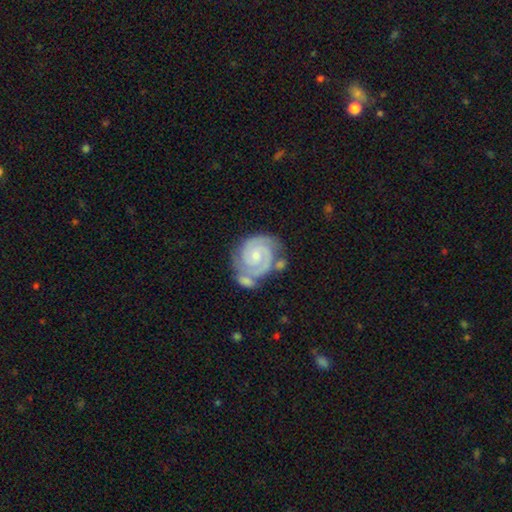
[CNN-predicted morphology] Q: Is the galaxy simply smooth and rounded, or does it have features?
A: featured or disk — 89%.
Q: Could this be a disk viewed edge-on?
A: no — 98%.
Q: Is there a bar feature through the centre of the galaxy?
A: no — 62%.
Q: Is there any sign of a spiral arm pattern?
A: yes — 98%.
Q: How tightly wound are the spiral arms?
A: tight — 72%.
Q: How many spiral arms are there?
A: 2 — 81%.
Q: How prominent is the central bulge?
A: small — 63%.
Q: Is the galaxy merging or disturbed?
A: none — 52%.